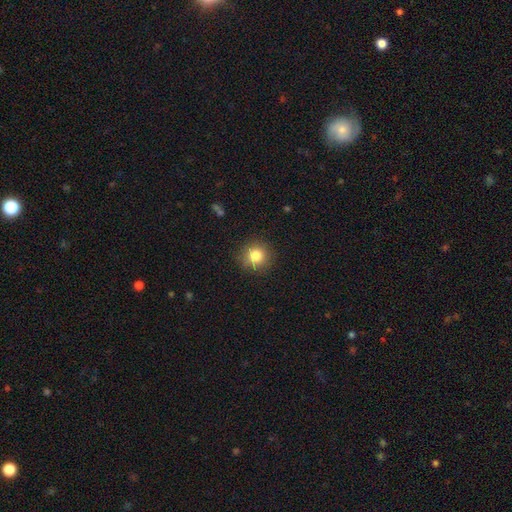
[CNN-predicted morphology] A smooth galaxy with no disk features (82%) that is round (92%). Merging: none (86%).